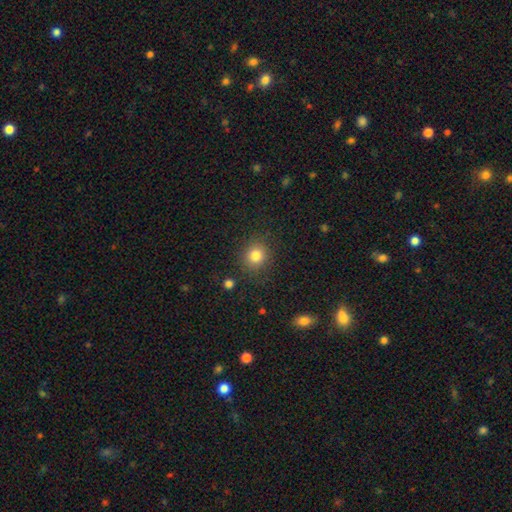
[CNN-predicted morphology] type=smooth (82%); roundness=round (83%); merging=none (86%).